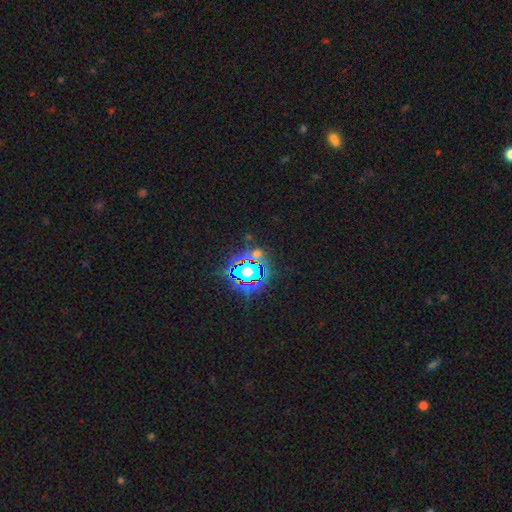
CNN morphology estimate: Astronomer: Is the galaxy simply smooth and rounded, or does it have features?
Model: star or artifact — 76%.